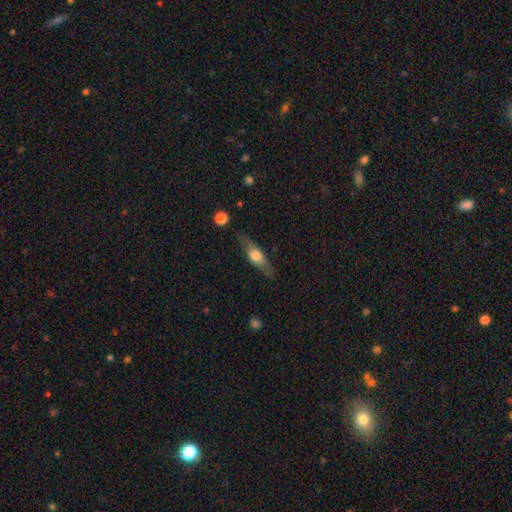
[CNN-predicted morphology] Smooth or featured?
  - smooth: 47% * (tied)
  - featured or disk: 47% * (tied)
  - star or artifact: 6%
Merging?
  - none: 82% *
  - minor disturbance: 13%
  - major disturbance: 4%
  - merger: 2%